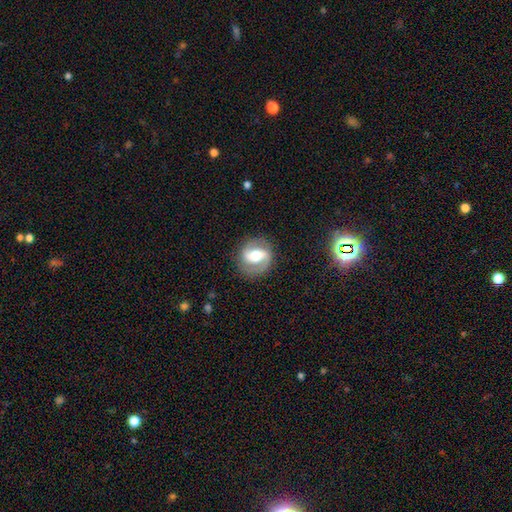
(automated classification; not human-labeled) Smooth or featured?
  - featured or disk: 75% *
  - smooth: 19%
  - star or artifact: 6%
Edge-on disk?
  - no: 97% *
  - yes: 3%
Bar?
  - strong: 42% *
  - weak: 37%
  - no: 21%
Spiral arms?
  - yes: 88% *
  - no: 12%
Spiral winding?
  - medium: 48% *
  - tight: 26%
  - loose: 26%
Spiral arm count?
  - 2: 87% *
  - 1: 6%
  - can't tell: 4%
  - 3: 1%
  - 4: 1%
  - more than 4: 1%
Bulge size?
  - moderate: 66% *
  - large: 18%
  - small: 13%
  - dominant: 2%
  - none: 1%
Merging?
  - none: 83% *
  - minor disturbance: 11%
  - major disturbance: 5%
  - merger: 1%